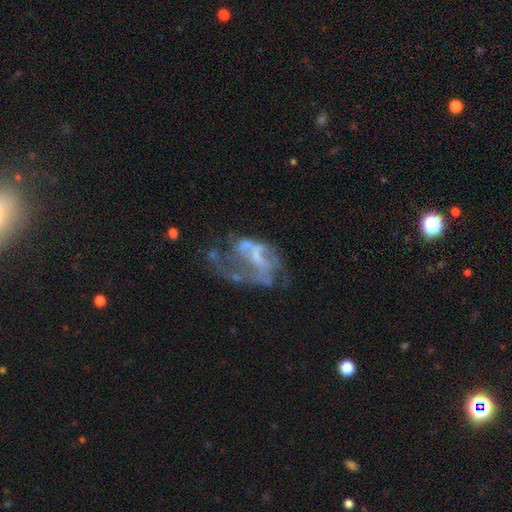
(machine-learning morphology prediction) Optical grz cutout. It shows a featured or disk galaxy (73%) with no bar (48%), spiral arms (52%) and no central bulge (43%). Merging: major disturbance (43%).